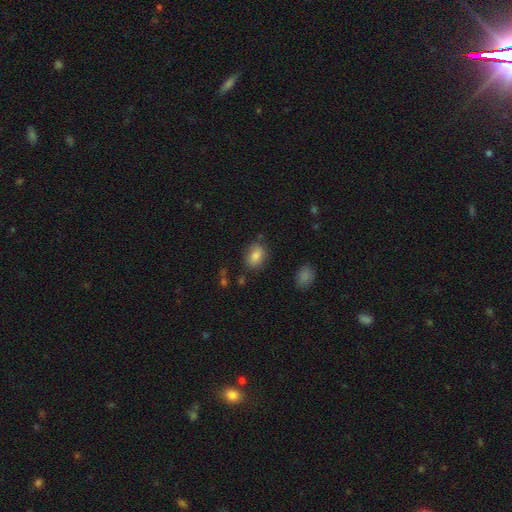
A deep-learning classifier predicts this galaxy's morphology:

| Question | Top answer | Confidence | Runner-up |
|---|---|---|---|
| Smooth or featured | smooth | 84% | star or artifact (8%) |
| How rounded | in between | 79% | round (20%) |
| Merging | none | 77% | minor disturbance (16%) |